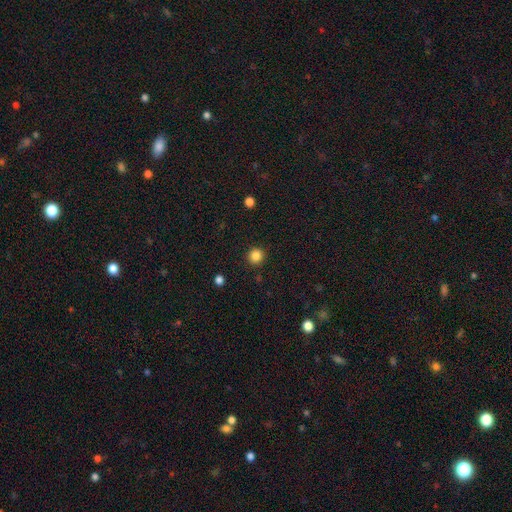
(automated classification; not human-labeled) smooth-or-featured: smooth: 85% | star or artifact: 11% | featured or disk: 3%
  how-rounded: round: 93% | in between: 6% | cigar-shaped: 1%
  merging: none: 92% | minor disturbance: 5% | major disturbance: 2% | merger: 1%